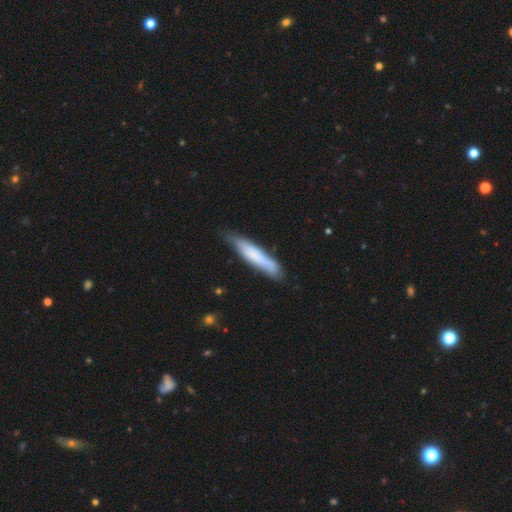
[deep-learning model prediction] smooth 68%, featured or disk 26%, star or artifact 6%. Down the decision tree: how rounded — cigar-shaped (87%); merging — none (65%).